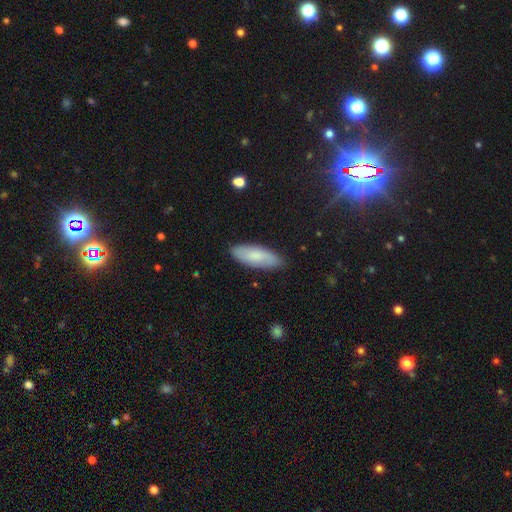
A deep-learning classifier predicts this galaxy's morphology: This appears to be a smooth galaxy with no disk features (74%) that is in between round and cigar-shaped (75%). Merging: none (84%).